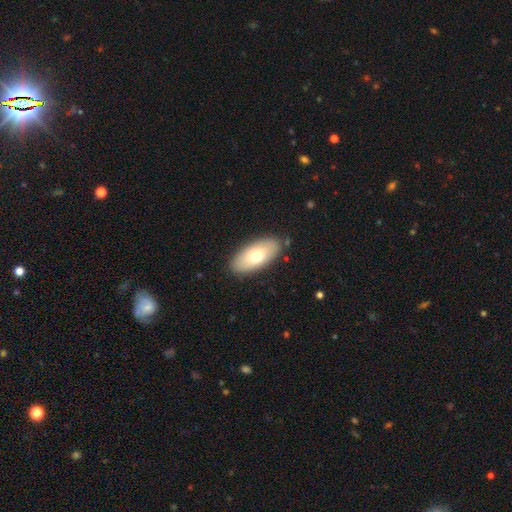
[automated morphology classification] Smooth or featured: smooth — 69% (featured or disk — 24%)
How rounded: in between — 91% (cigar-shaped — 6%)
Merging: none — 86% (minor disturbance — 10%)